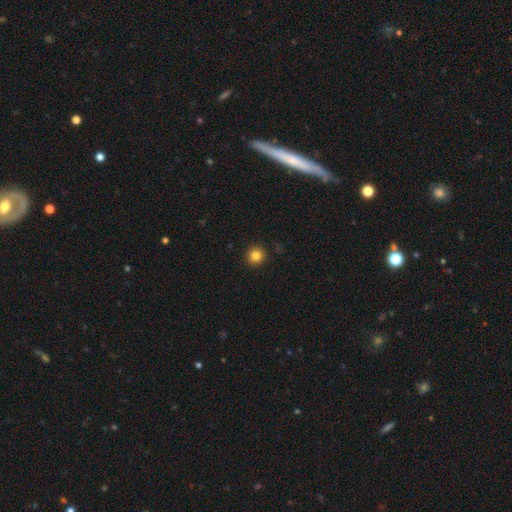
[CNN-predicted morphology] Smooth or featured: smooth — 83% (star or artifact — 12%)
How rounded: round — 95% (in between — 4%)
Merging: none — 93% (minor disturbance — 5%)